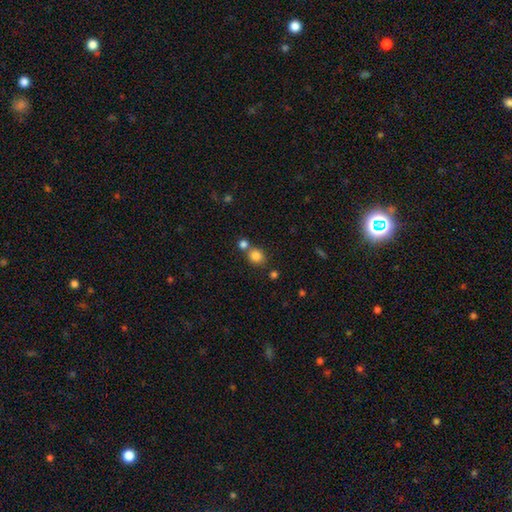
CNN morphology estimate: This appears to be a smooth galaxy with no disk features (83%) that is round (80%). Merging: none (62%).